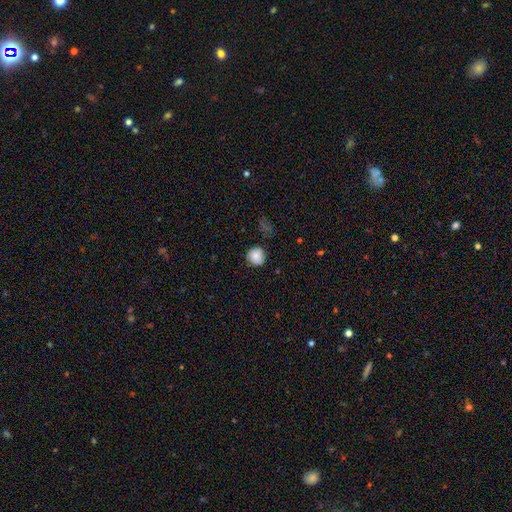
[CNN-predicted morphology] Smooth or featured: smooth — 84% (star or artifact — 9%)
How rounded: round — 88% (in between — 11%)
Merging: none — 79% (minor disturbance — 16%)